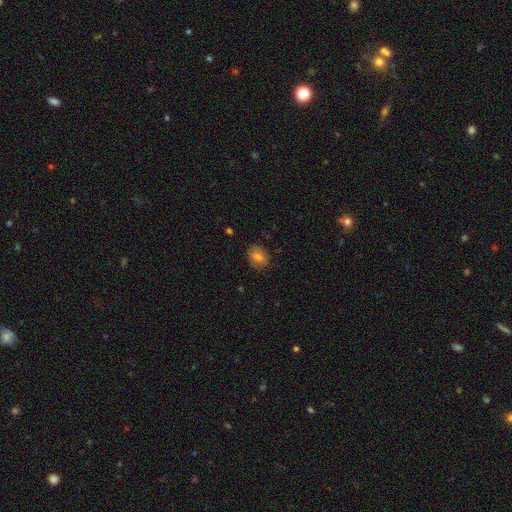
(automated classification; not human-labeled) smooth-or-featured: smooth: 65% | featured or disk: 18% | star or artifact: 17%
  how-rounded: in between: 59% | round: 40% | cigar-shaped: 1%
  merging: none: 81% | minor disturbance: 14% | major disturbance: 4% | merger: 1%